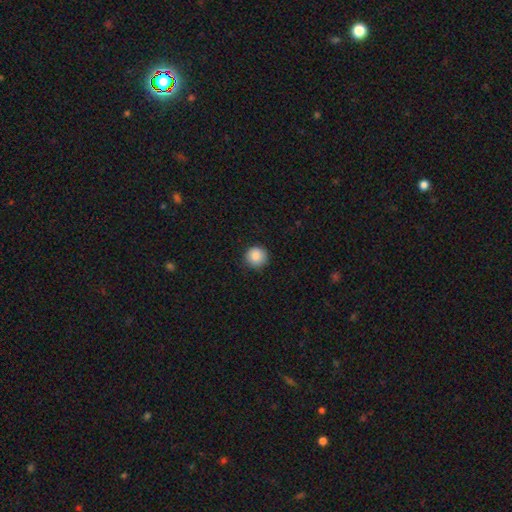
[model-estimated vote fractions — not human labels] smooth-or-featured: smooth: 87% | star or artifact: 9% | featured or disk: 4%
  how-rounded: round: 94% | in between: 5% | cigar-shaped: 1%
  merging: none: 88% | minor disturbance: 9% | major disturbance: 2% | merger: 1%